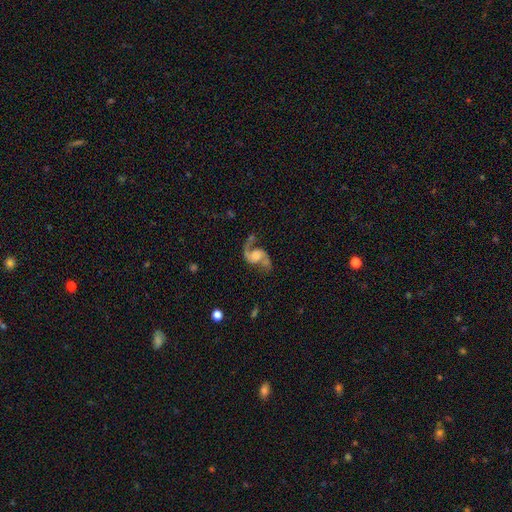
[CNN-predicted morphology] type=featured or disk (89%); edge-on=no (98%); bar=no (57%); spiral arms=yes (97%); winding=loose (63%); arm count=2 (91%); bulge=moderate (34%); merging=none (66%).